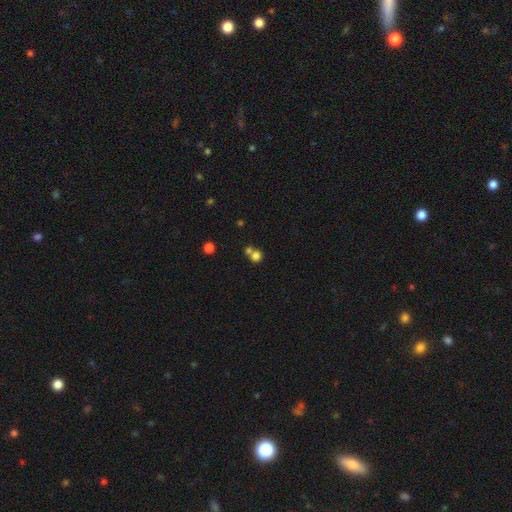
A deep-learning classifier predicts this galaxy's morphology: This is likely a smooth galaxy (78%). How rounded: clearly round (85%). Merging: possibly merger (45%, tied with none).